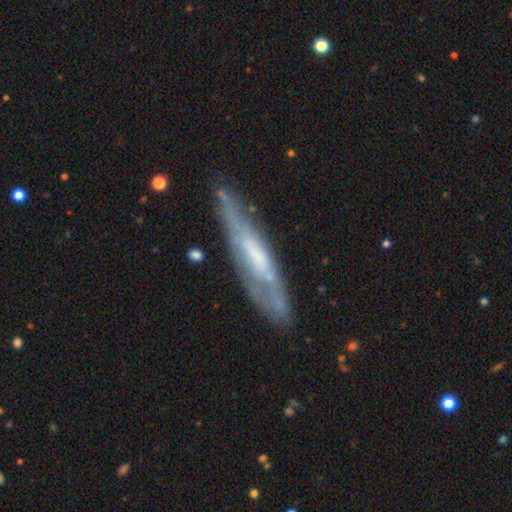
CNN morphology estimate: A featured or disk galaxy (66%) viewed edge-on (62%). Merging: none (69%).